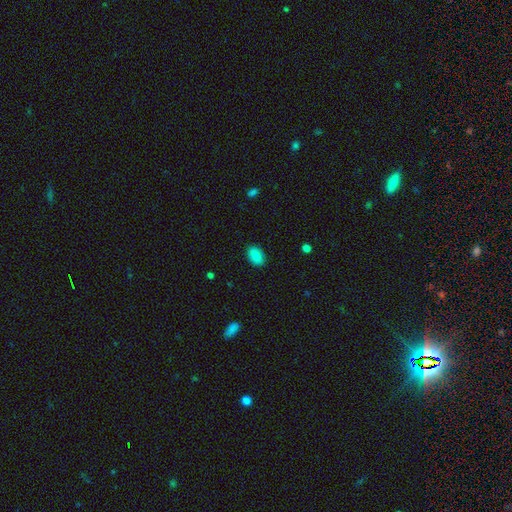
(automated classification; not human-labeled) smooth-or-featured: smooth: 86% | star or artifact: 8% | featured or disk: 6%
  how-rounded: in between: 89% | round: 9% | cigar-shaped: 2%
  merging: none: 88% | minor disturbance: 9% | major disturbance: 2% | merger: 1%